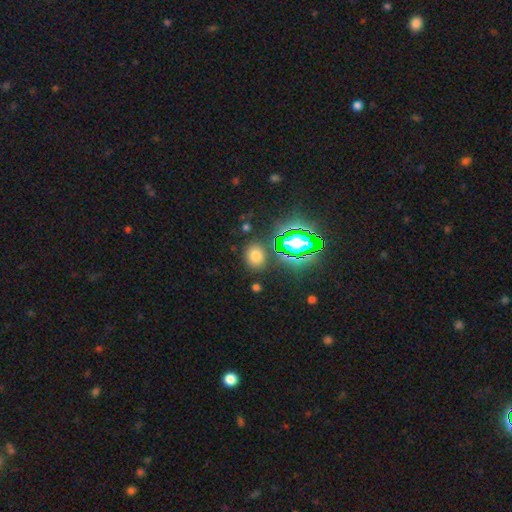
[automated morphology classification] The model was most divided on "how rounded": round: 51%, in between: 48%, cigar-shaped: 1%. More confident: merging — none (83%); smooth or featured — smooth (67%).